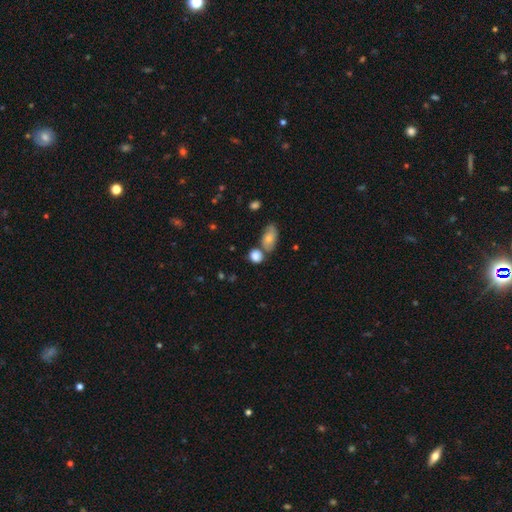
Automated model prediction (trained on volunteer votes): Smooth or featured? Predicted: smooth (p=0.81). How rounded? Predicted: round (p=0.59). Merging? Predicted: none (p=0.55).